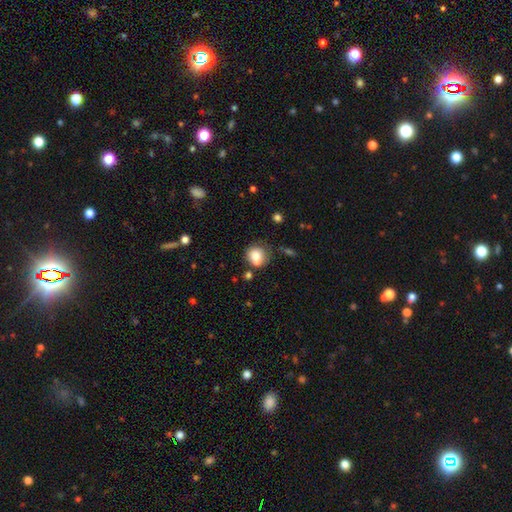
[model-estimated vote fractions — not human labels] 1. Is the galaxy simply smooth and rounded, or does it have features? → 77% smooth, 12% featured or disk, 10% star or artifact.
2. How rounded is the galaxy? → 68% round, 30% in between, 1% cigar-shaped.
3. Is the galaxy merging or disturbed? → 46% none, 22% minor disturbance, 22% merger, 10% major disturbance.